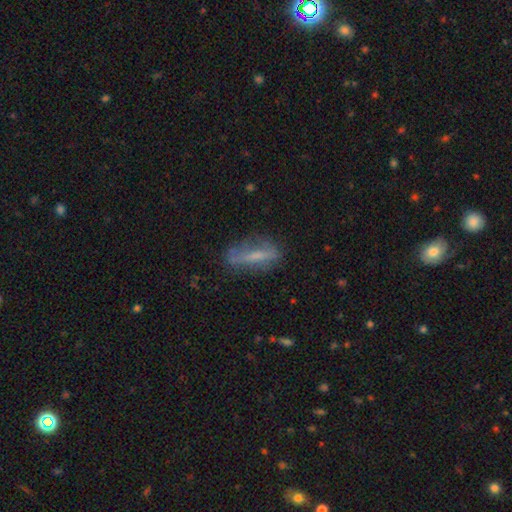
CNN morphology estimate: Smooth or featured? featured or disk (46%)
Merging? none (67%)